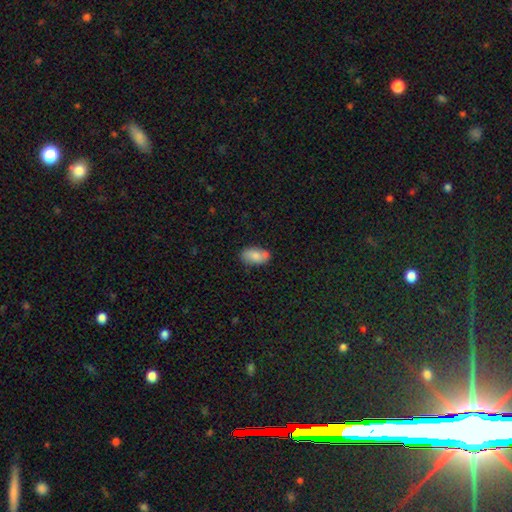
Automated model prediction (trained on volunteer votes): Overall: smooth (79%). How rounded: in between (93%). Merging: none (71%).